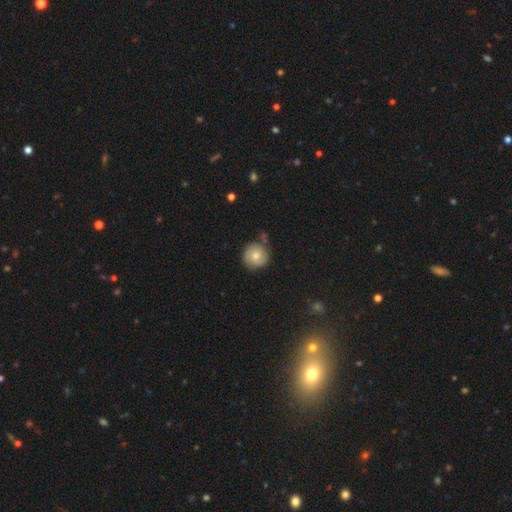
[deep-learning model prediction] Q: Smooth or featured?
A: smooth (60%); runner-up: featured or disk (32%)
Q: How rounded?
A: round (92%); runner-up: in between (7%)
Q: Merging?
A: none (68%); runner-up: minor disturbance (20%)